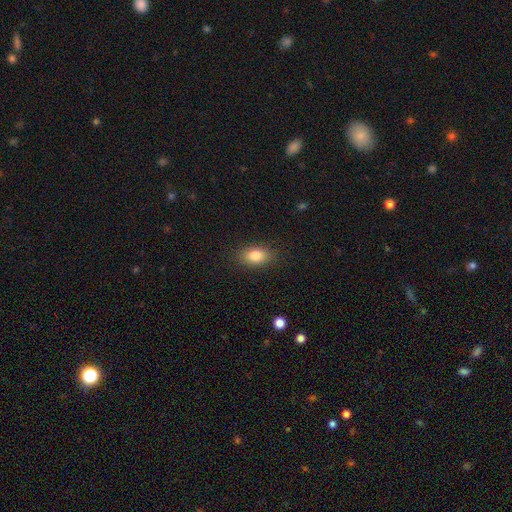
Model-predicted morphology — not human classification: smooth 83%, star or artifact 8%, featured or disk 8%. Down the decision tree: how rounded — in between (87%); merging — none (87%).